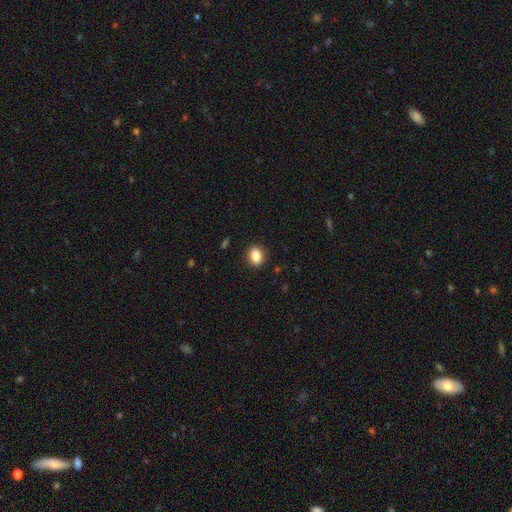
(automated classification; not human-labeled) Morphology: type=smooth (87%); roundness=in between (61%); merging=none (90%).